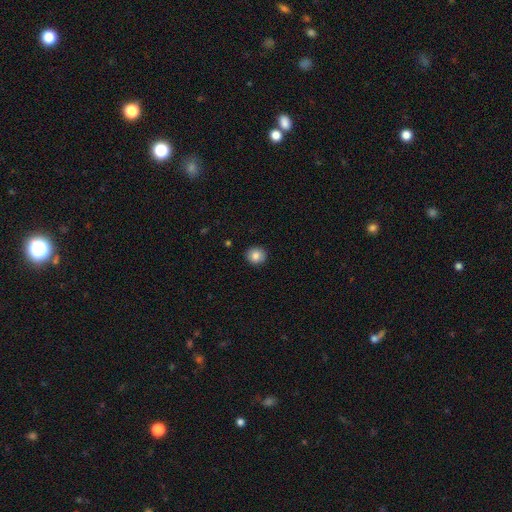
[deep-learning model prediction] This appears to be a smooth galaxy with no disk features (84%) that is round (86%). Merging: none (91%).